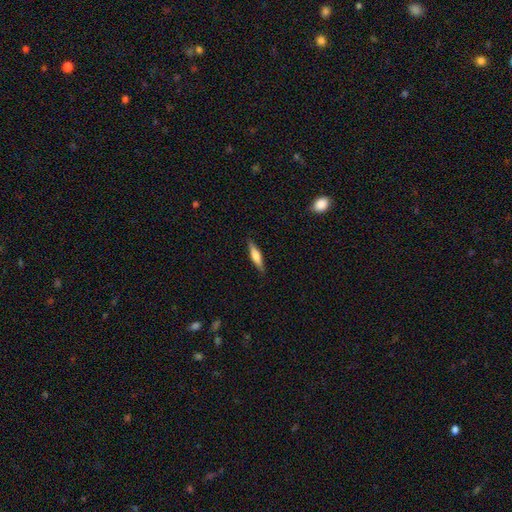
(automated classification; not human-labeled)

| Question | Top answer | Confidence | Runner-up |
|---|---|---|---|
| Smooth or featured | smooth | 54% | featured or disk (41%) |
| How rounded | cigar-shaped | 79% | in between (19%) |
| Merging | none | 88% | minor disturbance (9%) |